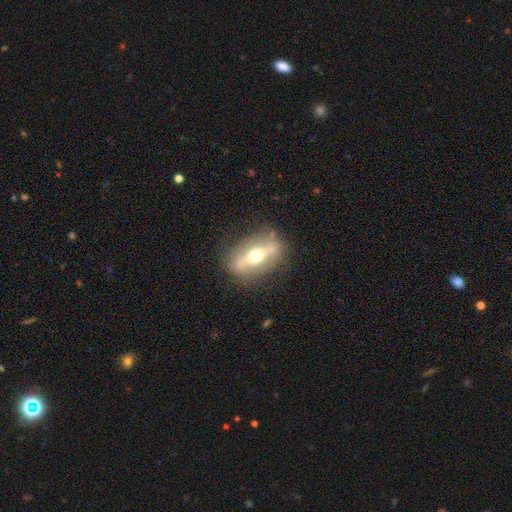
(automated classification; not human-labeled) smooth-or-featured: featured or disk: 67% | smooth: 26% | star or artifact: 7%
  disk-edge-on: no: 50% (tied) | yes: 50% (tied)
  merging: none: 79% | minor disturbance: 13% | major disturbance: 6% | merger: 2%